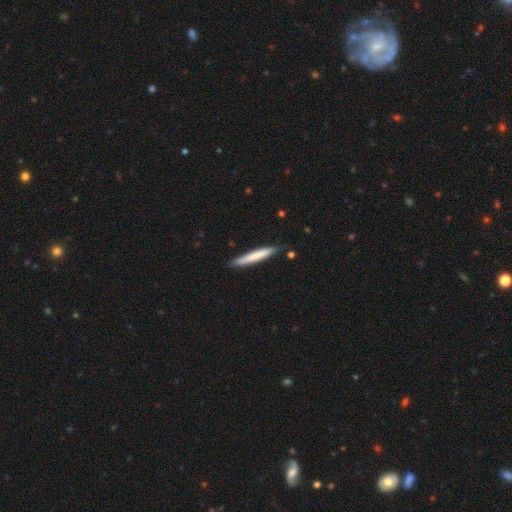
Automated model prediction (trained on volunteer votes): Smooth or featured? Predicted: smooth (p=0.70). How rounded? Predicted: cigar-shaped (p=0.96). Merging? Predicted: none (p=0.85).